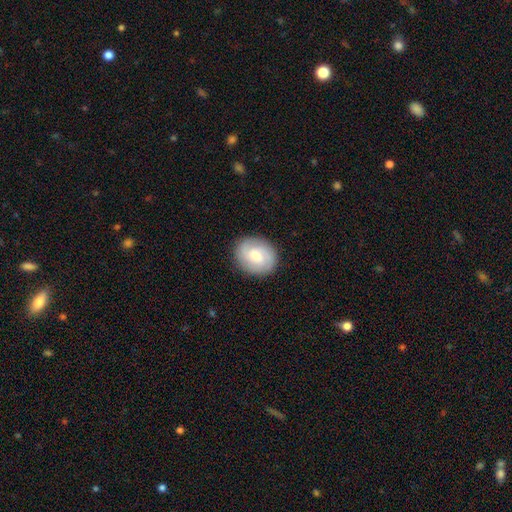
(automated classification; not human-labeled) smooth_or_featured: smooth (p=0.47) [alt: featured or disk p=0.46]
merging: none (p=0.87) [alt: minor disturbance p=0.09]